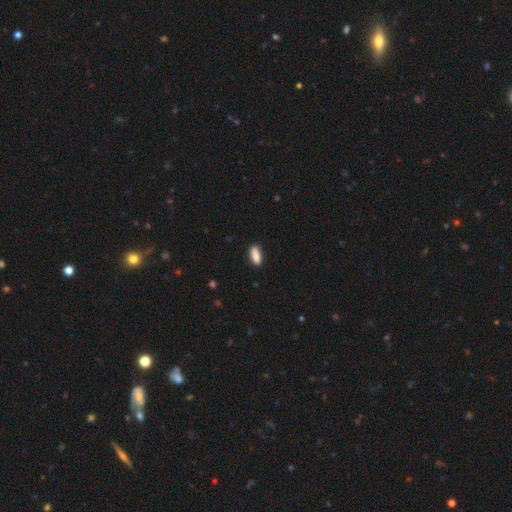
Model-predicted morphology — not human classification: type=smooth (87%); roundness=in between (73%); merging=none (81%).